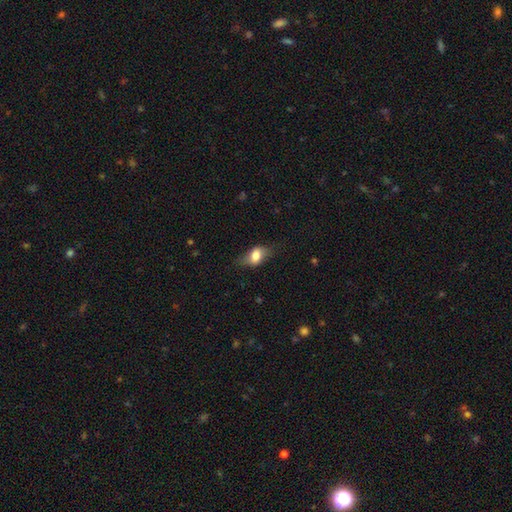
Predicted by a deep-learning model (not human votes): smooth-or-featured: smooth: 70% | featured or disk: 22% | star or artifact: 8%
  how-rounded: in between: 81% | round: 13% | cigar-shaped: 6%
  merging: none: 65% | minor disturbance: 25% | major disturbance: 9% | merger: 1%